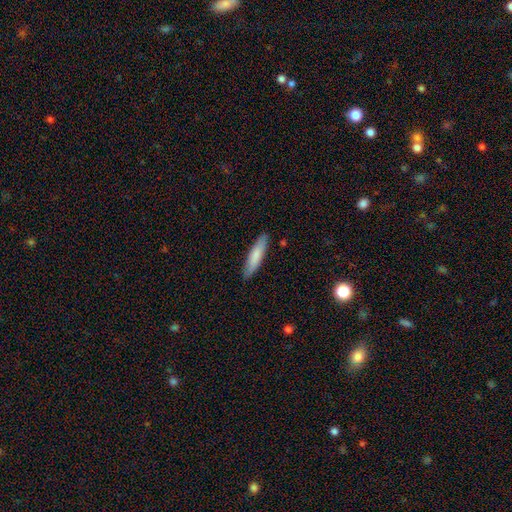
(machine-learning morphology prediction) A smooth galaxy with no disk features (79%) that is cigar-shaped (79%). Merging: none (87%).